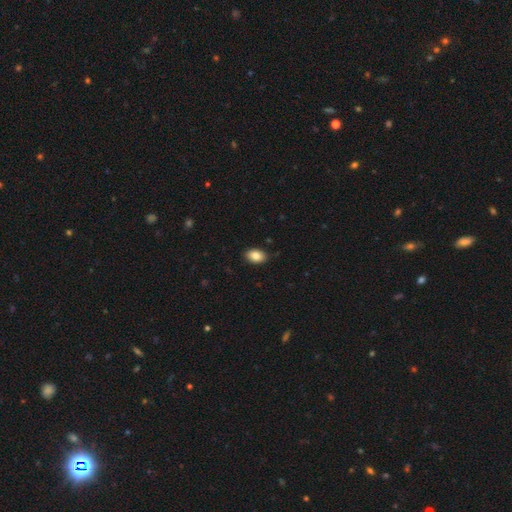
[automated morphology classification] Smooth or featured?
  - smooth: 84% *
  - star or artifact: 8%
  - featured or disk: 8%
How rounded?
  - in between: 86% *
  - round: 12%
  - cigar-shaped: 1%
Merging?
  - none: 88% *
  - minor disturbance: 10%
  - major disturbance: 2%
  - merger: 1%